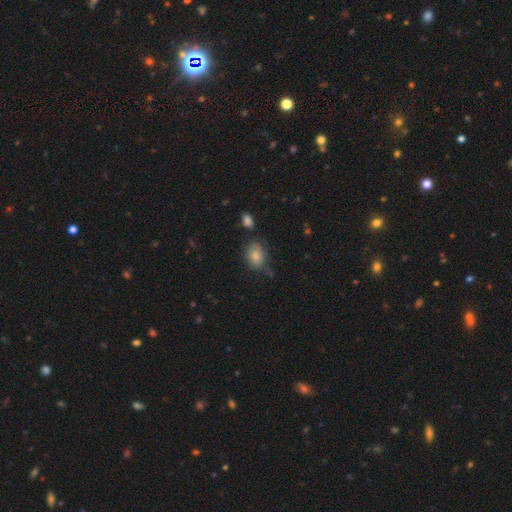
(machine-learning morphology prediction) Overall: smooth (83%). How rounded: in between (72%). Merging: none (62%; minor disturbance 24%).